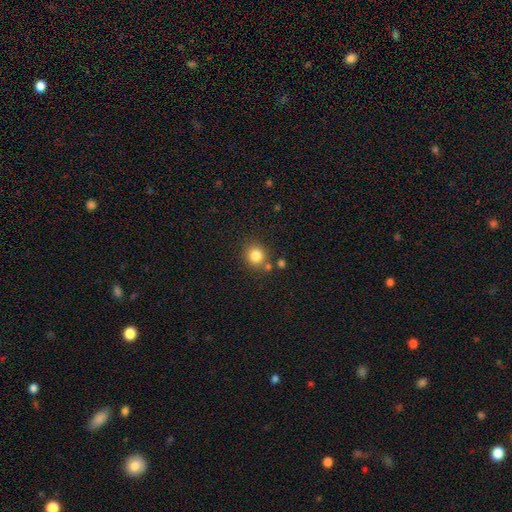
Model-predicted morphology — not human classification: Smooth or featured? Predicted: smooth (p=0.83). How rounded? Predicted: round (p=0.85). Merging? Predicted: none (p=0.78).